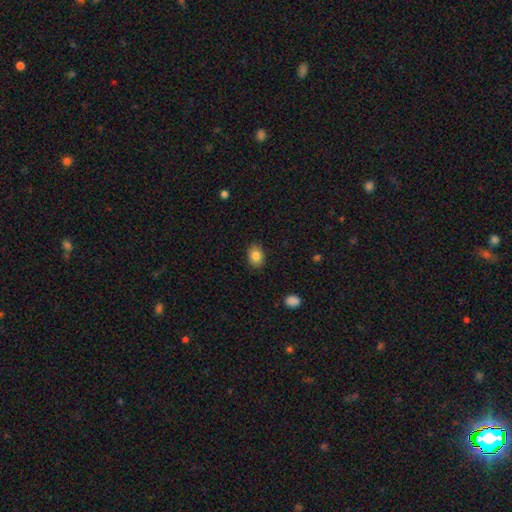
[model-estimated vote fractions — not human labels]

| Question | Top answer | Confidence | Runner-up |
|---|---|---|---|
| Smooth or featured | smooth | 83% | star or artifact (9%) |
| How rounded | in between | 69% | round (30%) |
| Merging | none | 88% | minor disturbance (9%) |